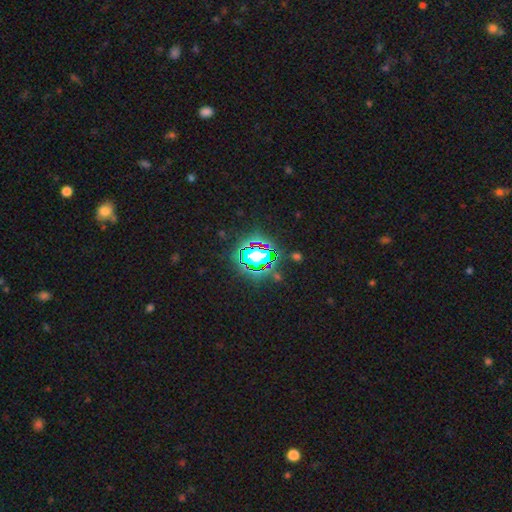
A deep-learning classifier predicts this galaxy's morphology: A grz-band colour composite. It shows a star or artifact, not a galaxy (68%).